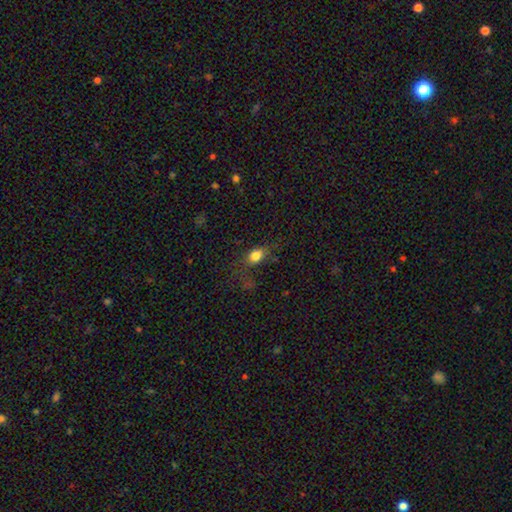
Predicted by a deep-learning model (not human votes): Smooth or featured? smooth (80%)
How rounded? in between (69%)
Merging? none (67%)